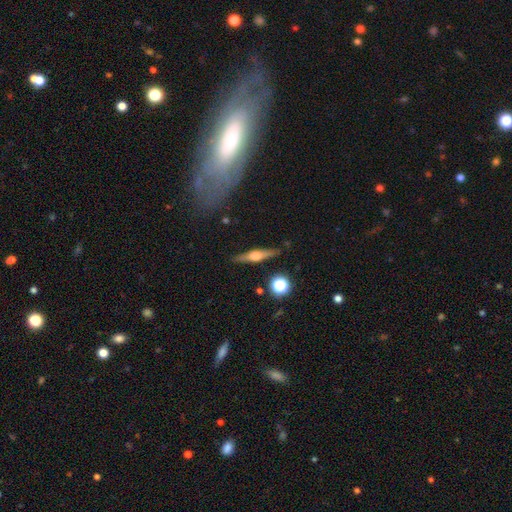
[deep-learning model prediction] Q: Smooth or featured?
A: featured or disk (65%); runner-up: smooth (28%)
Q: Edge-on disk?
A: yes (96%); runner-up: no (4%)
Q: Edge-on bulge?
A: rounded (92%); runner-up: boxy (6%)
Q: Merging?
A: none (87%); runner-up: minor disturbance (9%)